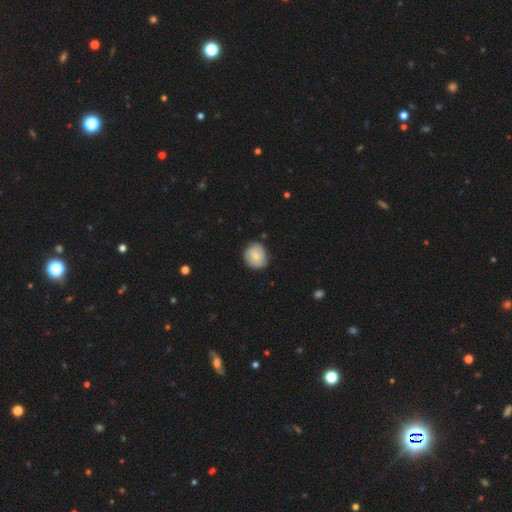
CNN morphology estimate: Smooth or featured? smooth (71%)
How rounded? round (80%)
Merging? none (76%)